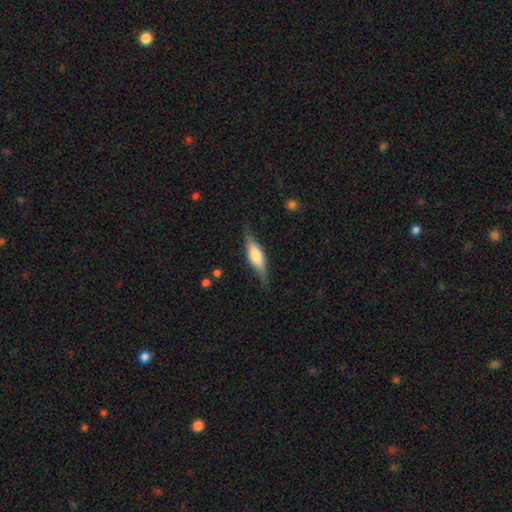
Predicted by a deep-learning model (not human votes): Q: Smooth or featured?
A: featured or disk (50%); runner-up: smooth (44%)
Q: Merging?
A: none (78%); runner-up: minor disturbance (16%)